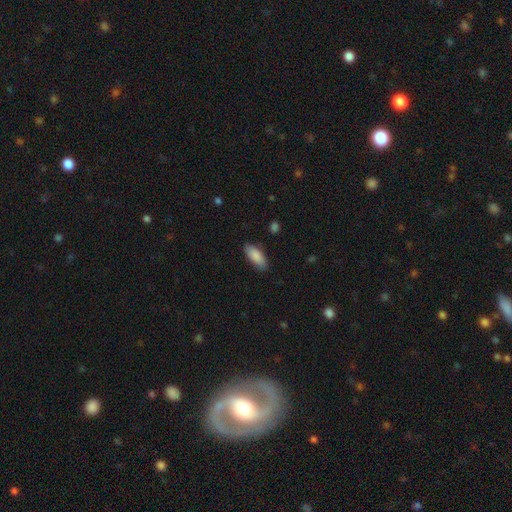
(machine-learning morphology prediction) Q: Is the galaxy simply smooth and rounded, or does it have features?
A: smooth — 88%.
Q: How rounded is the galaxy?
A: in between — 83%.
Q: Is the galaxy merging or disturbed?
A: none — 85%.